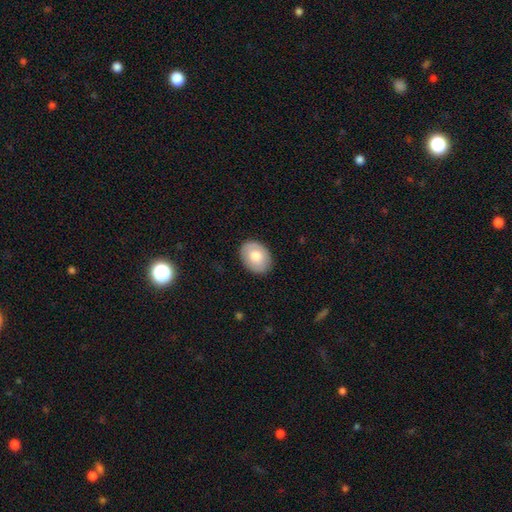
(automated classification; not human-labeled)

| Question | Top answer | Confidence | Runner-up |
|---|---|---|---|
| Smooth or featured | smooth | 74% | featured or disk (20%) |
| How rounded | in between | 69% | round (30%) |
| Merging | none | 87% | minor disturbance (10%) |